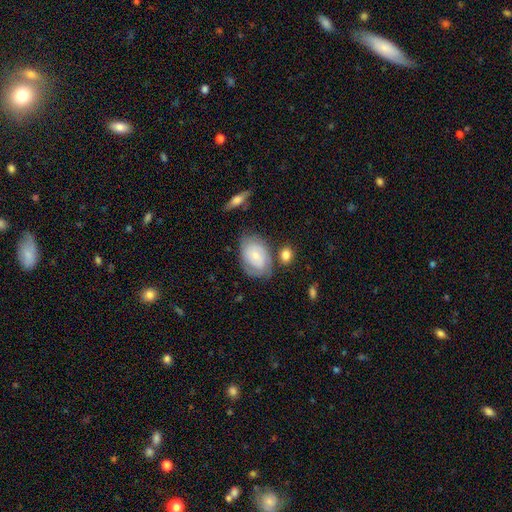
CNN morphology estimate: Smooth or featured? Predicted: featured or disk (p=0.51). Edge-on disk? Predicted: no (p=0.95). Merging? Predicted: none (p=0.63).